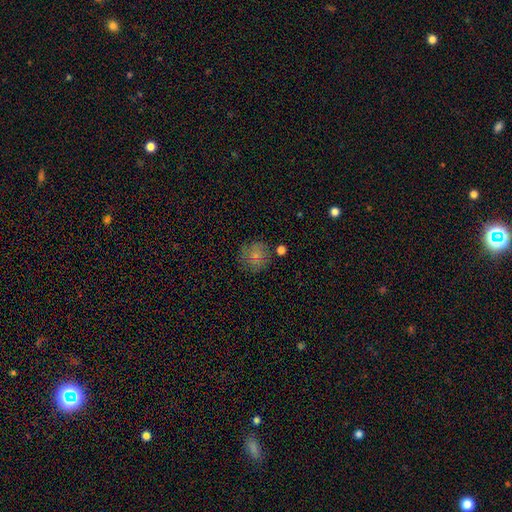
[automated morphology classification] This appears to be a smooth galaxy with no disk features (74%) that is round (89%). Merging: none (75%).